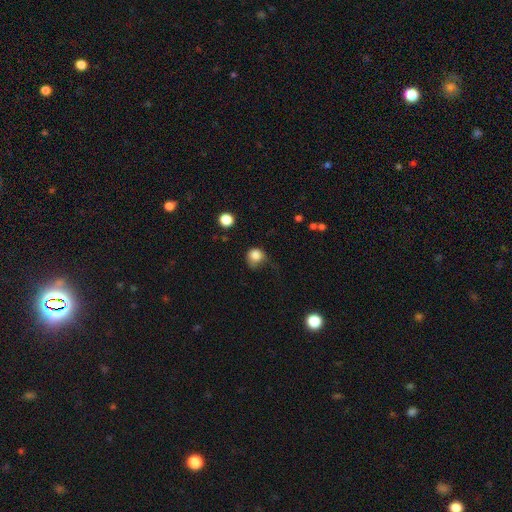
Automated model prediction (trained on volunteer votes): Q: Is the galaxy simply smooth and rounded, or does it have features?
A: smooth — 83%.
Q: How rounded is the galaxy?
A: round — 82%.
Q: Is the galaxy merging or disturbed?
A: none — 41%.